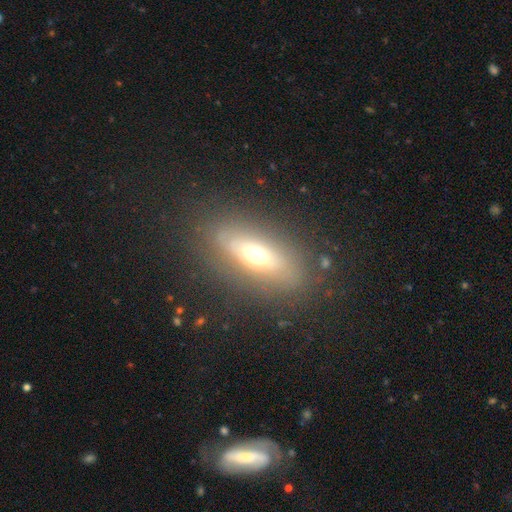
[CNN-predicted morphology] A featured or disk galaxy (45%, tied with smooth). Merging: none (81%).